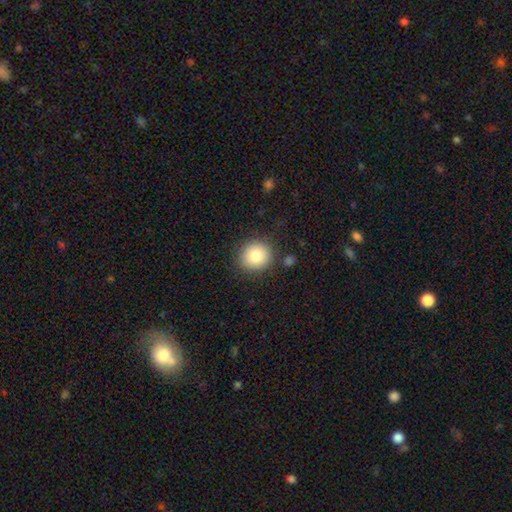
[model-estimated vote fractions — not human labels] This appears to be a smooth galaxy with no disk features (82%) that is round (86%). Merging: none (86%).